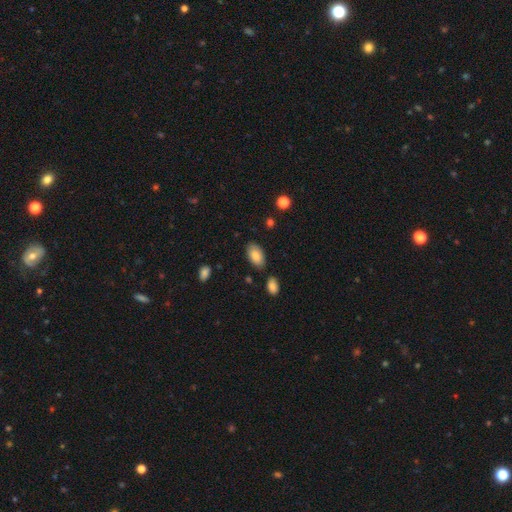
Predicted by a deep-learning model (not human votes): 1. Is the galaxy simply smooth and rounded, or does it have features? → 84% smooth, 10% featured or disk, 7% star or artifact.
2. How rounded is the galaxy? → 95% in between, 3% round, 2% cigar-shaped.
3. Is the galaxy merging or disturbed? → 79% none, 14% minor disturbance, 4% merger, 3% major disturbance.